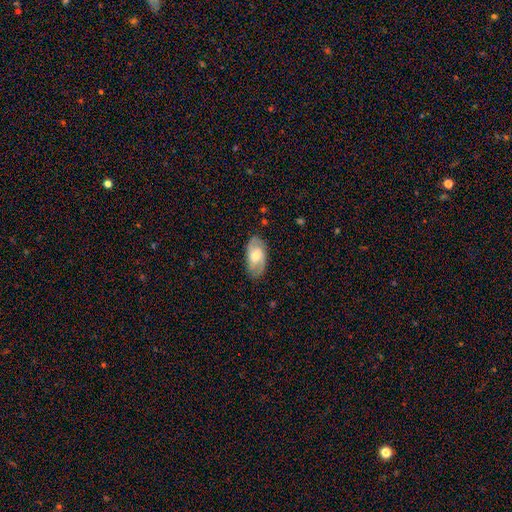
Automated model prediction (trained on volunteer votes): smooth_or_featured: featured or disk (p=0.54) [alt: smooth p=0.39]
disk_edge_on: no (p=0.92) [alt: yes p=0.08]
merging: none (p=0.80) [alt: minor disturbance p=0.15]